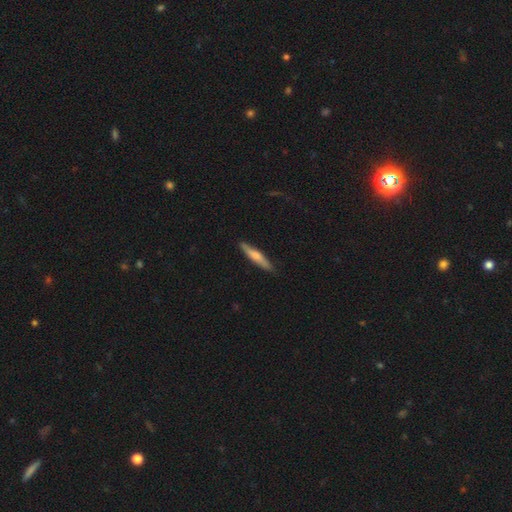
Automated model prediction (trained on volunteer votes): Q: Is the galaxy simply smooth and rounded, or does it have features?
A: smooth — 63%.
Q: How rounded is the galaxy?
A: cigar-shaped — 89%.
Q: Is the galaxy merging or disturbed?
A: none — 87%.